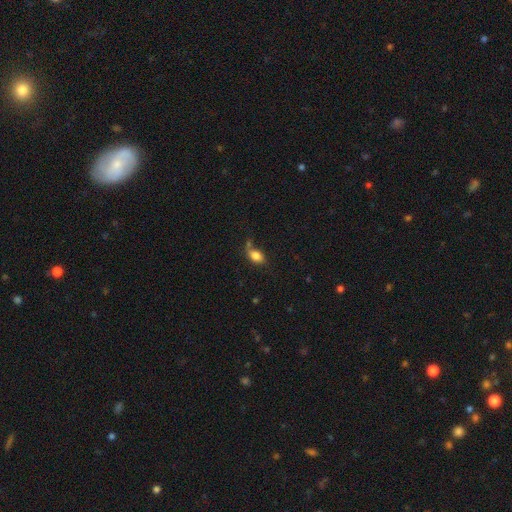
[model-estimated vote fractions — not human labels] smooth-or-featured: smooth: 80% | featured or disk: 11% | star or artifact: 9%
  how-rounded: in between: 82% | round: 14% | cigar-shaped: 4%
  merging: none: 48% | minor disturbance: 25% | merger: 15% | major disturbance: 12%